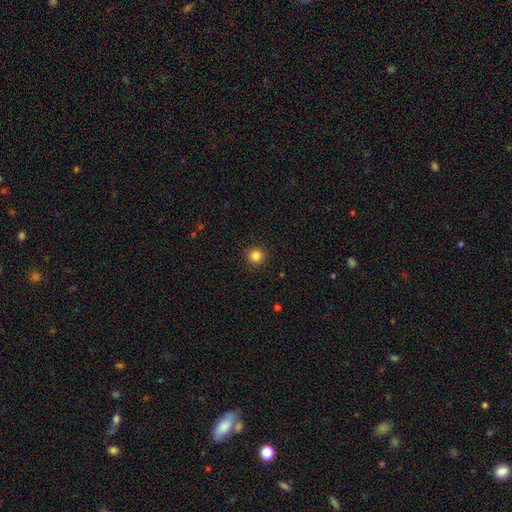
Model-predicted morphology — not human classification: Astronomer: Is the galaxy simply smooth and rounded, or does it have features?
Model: smooth — 84%.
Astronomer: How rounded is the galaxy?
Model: round — 95%.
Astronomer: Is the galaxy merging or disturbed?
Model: none — 92%.